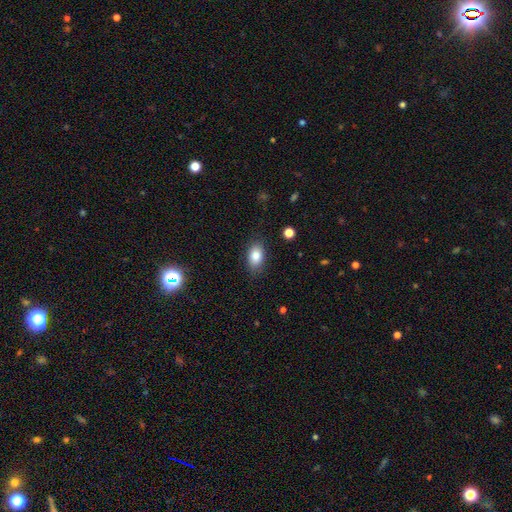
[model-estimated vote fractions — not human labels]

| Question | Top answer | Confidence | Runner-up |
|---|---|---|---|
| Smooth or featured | smooth | 83% | star or artifact (8%) |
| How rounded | in between | 87% | round (11%) |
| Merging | none | 83% | minor disturbance (13%) |